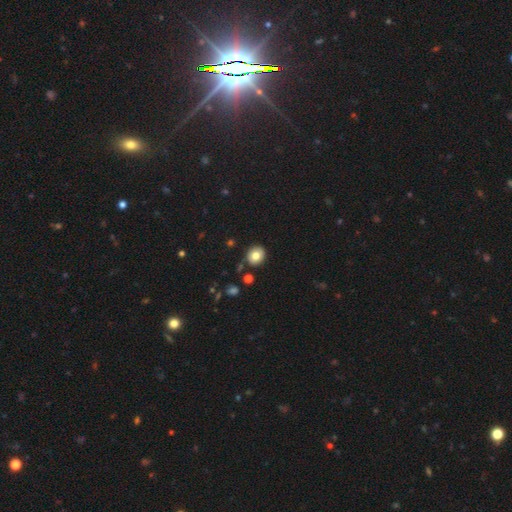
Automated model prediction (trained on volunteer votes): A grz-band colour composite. It shows a smooth galaxy with no disk features (80%) that is round (75%). Merging: none (87%).